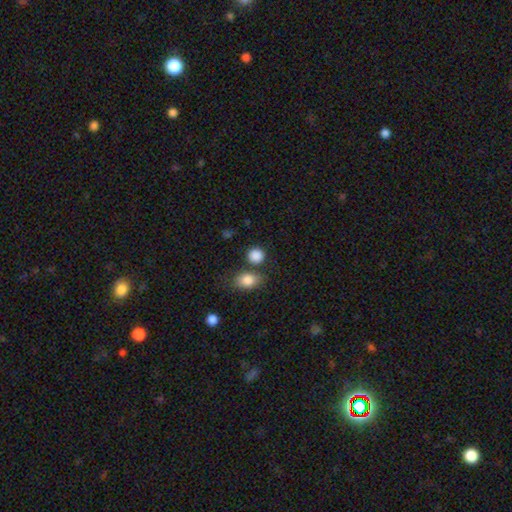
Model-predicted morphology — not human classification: Overall: smooth (87%). How rounded: round (80%). Merging: none (71%).